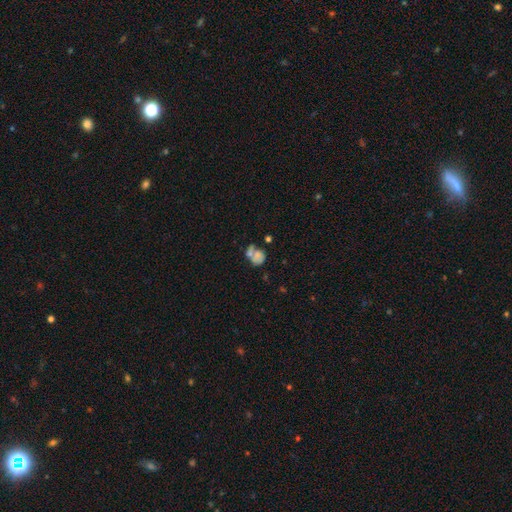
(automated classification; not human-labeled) Overall: smooth (55%; featured or disk 34%). How rounded: round (52%; in between 47%). Merging: merger (45%; none 26%).